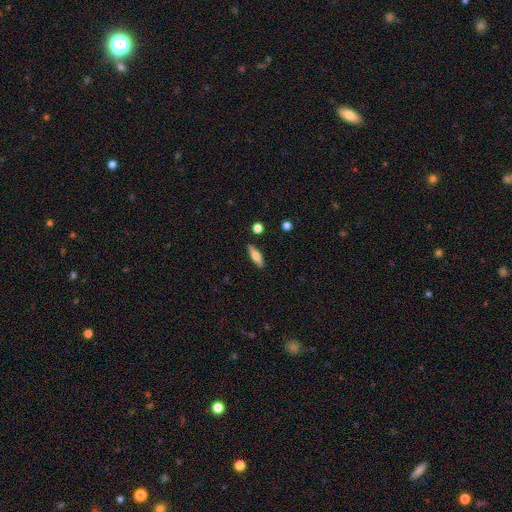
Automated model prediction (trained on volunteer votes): This appears to be a smooth galaxy with no disk features (67%) that is cigar-shaped (52%). Merging: none (87%).